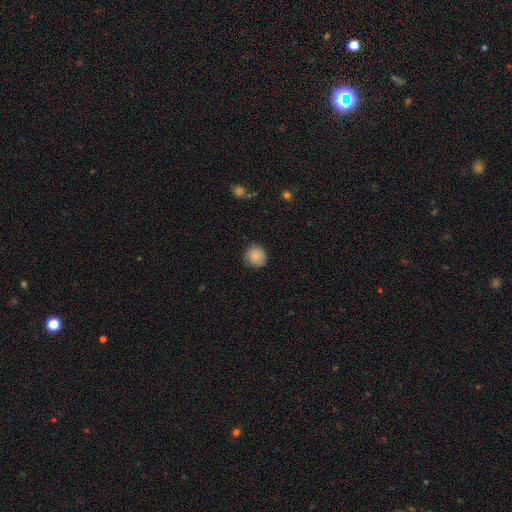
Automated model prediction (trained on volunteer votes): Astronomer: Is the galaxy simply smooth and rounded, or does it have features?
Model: smooth — 82%.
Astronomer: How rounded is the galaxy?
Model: round — 86%.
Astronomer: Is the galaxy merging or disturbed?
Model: none — 75%.